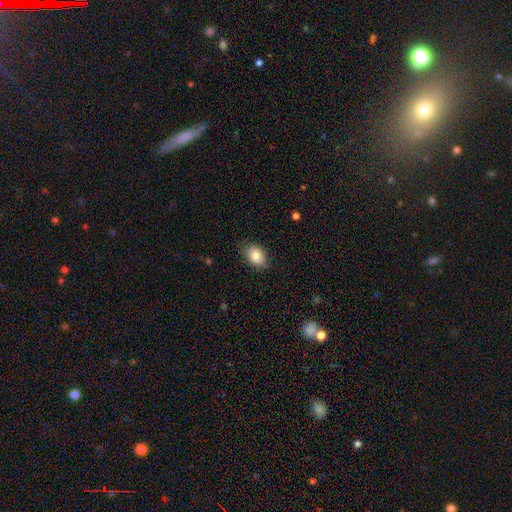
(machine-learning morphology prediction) This is clearly a smooth galaxy (85%). How rounded: clearly in between (84%). Merging: likely none (79%).